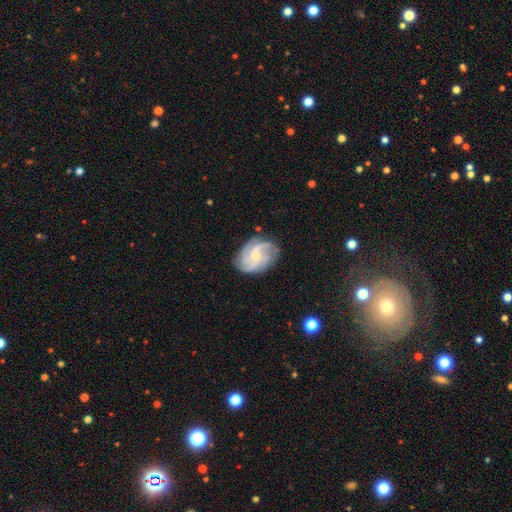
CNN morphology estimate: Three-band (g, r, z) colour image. It shows a featured or disk galaxy (83%) with no bar (66%), 3 (32%) medium (43%) spiral arms (96%) and a small central bulge (71%). Merging: none (73%).